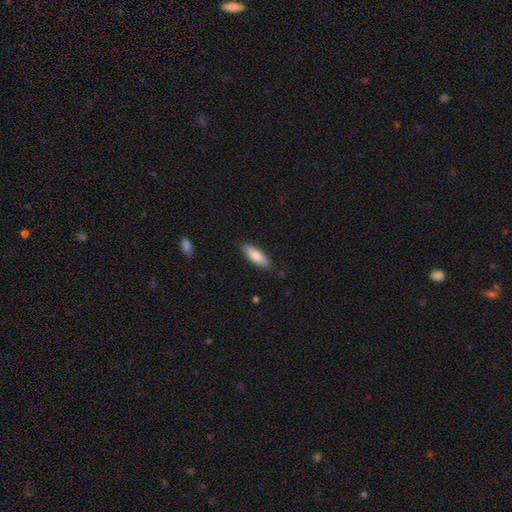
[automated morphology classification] Smooth or featured: smooth — 78% (featured or disk — 16%)
How rounded: in between — 52% (cigar-shaped — 47%)
Merging: none — 87% (minor disturbance — 10%)